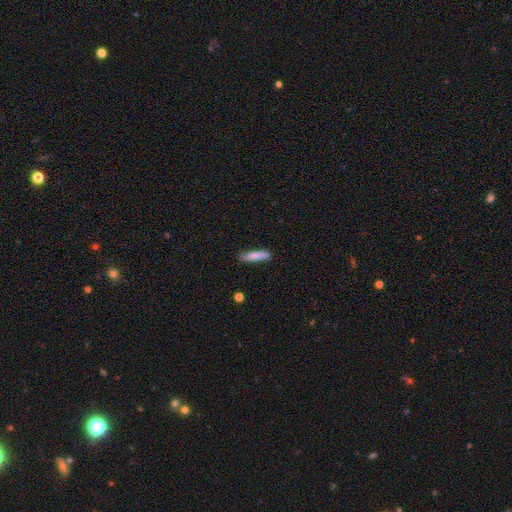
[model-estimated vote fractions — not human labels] The model was most divided on "merging": none: 80%, minor disturbance: 15%, major disturbance: 3%, merger: 2%. More confident: how rounded — cigar-shaped (82%); smooth or featured — smooth (82%).